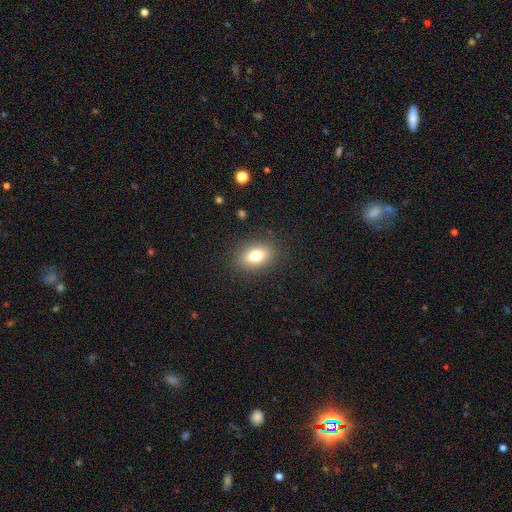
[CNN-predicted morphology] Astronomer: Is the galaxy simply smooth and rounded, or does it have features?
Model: smooth — 78%.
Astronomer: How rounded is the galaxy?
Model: in between — 80%.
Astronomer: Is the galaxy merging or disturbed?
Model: none — 87%.